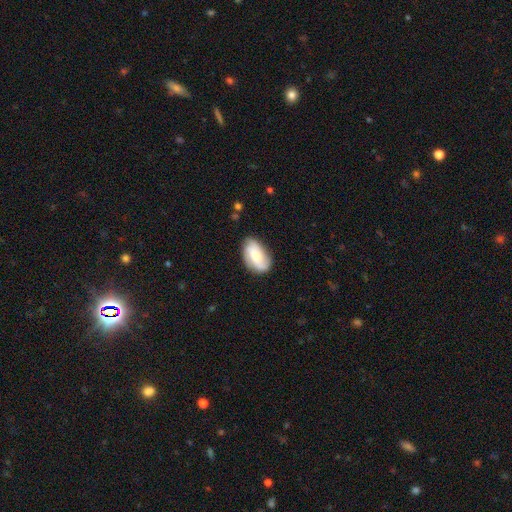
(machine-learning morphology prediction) This appears to be a smooth galaxy with no disk features (47%). Merging: none (75%).